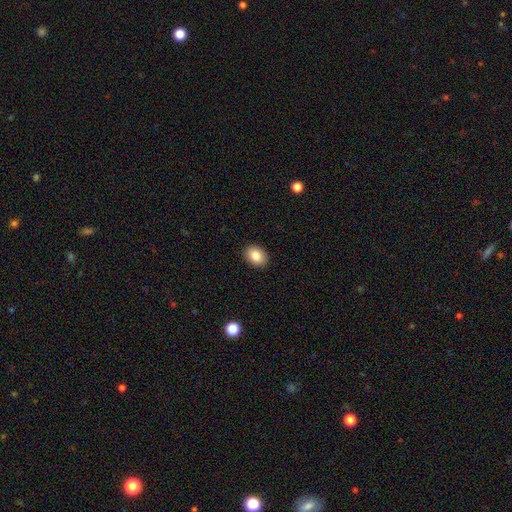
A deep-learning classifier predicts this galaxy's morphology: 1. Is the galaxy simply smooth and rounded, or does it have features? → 85% smooth, 8% star or artifact, 7% featured or disk.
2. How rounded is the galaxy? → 69% in between, 30% round, 1% cigar-shaped.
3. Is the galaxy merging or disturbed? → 90% none, 7% minor disturbance, 2% major disturbance, 1% merger.